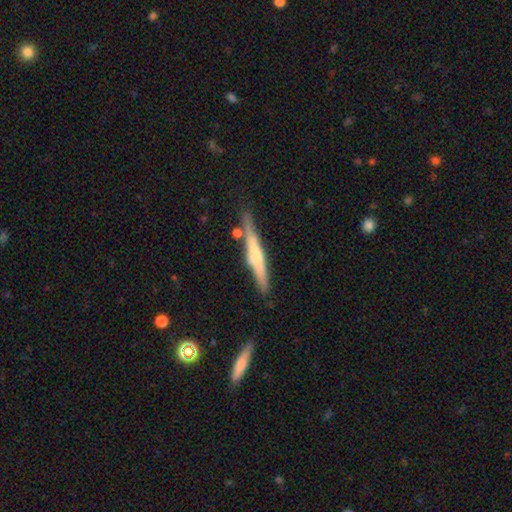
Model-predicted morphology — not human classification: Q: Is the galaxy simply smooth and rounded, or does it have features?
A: featured or disk — 55%.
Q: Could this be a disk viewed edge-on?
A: yes — 96%.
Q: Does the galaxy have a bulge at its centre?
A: rounded — 49%.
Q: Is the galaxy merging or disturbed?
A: none — 80%.